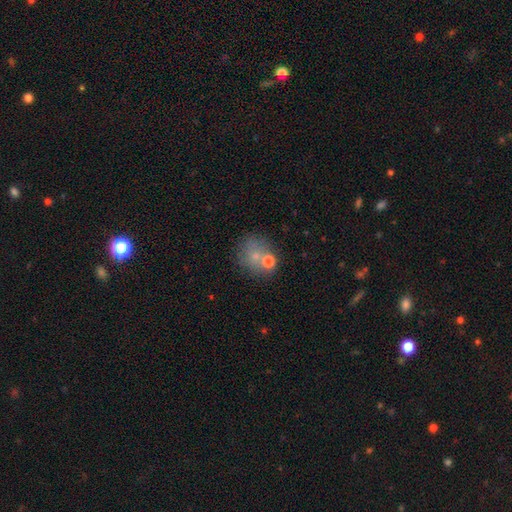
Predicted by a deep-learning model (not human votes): A smooth galaxy with no disk features (65%) that is round (72%). Merging: none (50%).